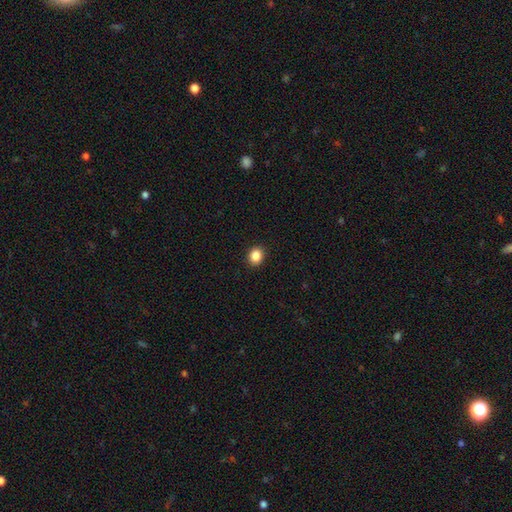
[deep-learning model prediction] This appears to be a smooth galaxy with no disk features (87%) that is round (67%). Merging: none (92%).